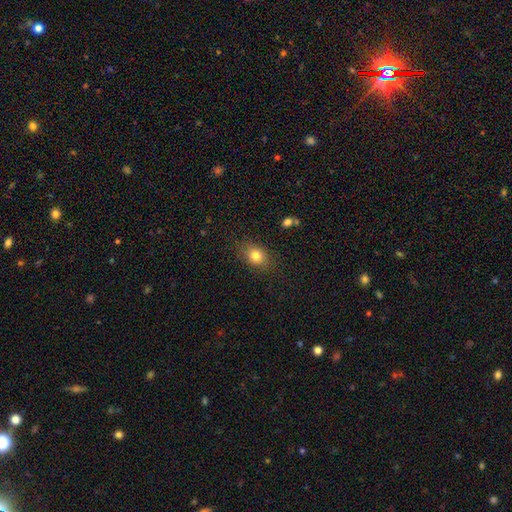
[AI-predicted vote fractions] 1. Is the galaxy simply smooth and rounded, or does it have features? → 81% smooth, 10% star or artifact, 9% featured or disk.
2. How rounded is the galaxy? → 65% in between, 33% round, 2% cigar-shaped.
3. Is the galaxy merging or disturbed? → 83% none, 12% minor disturbance, 4% major disturbance, 1% merger.